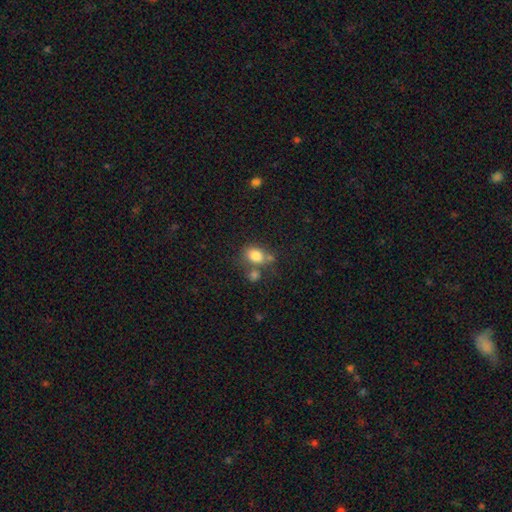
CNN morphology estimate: A smooth galaxy with no disk features (81%) that is in between round and cigar-shaped (64%).

Vote fractions:
- Smooth or featured? smooth: 81% / star or artifact: 11% / featured or disk: 9%
- How rounded? in between: 64% / round: 35% / cigar-shaped: 1%
- Merging? none: 52% / merger: 25% / minor disturbance: 16% / major disturbance: 7%